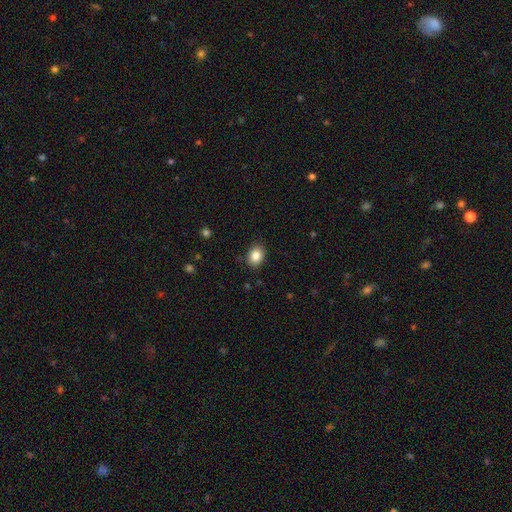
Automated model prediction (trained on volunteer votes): Overall: smooth (85%). How rounded: in between (61%; round 38%). Merging: none (87%).